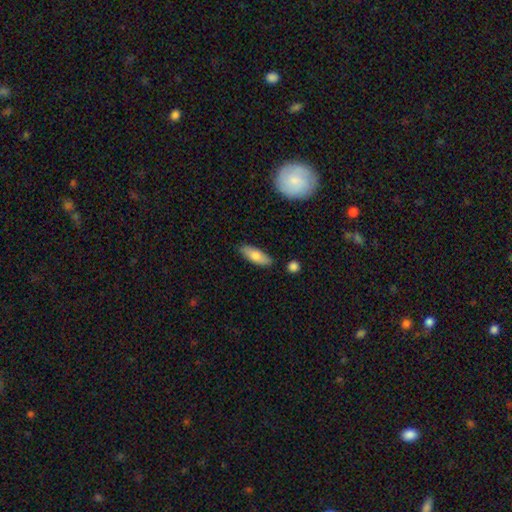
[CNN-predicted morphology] smooth-or-featured: smooth: 75% | featured or disk: 19% | star or artifact: 6%
  how-rounded: in between: 68% | cigar-shaped: 30% | round: 2%
  merging: none: 83% | minor disturbance: 12% | merger: 3% | major disturbance: 2%